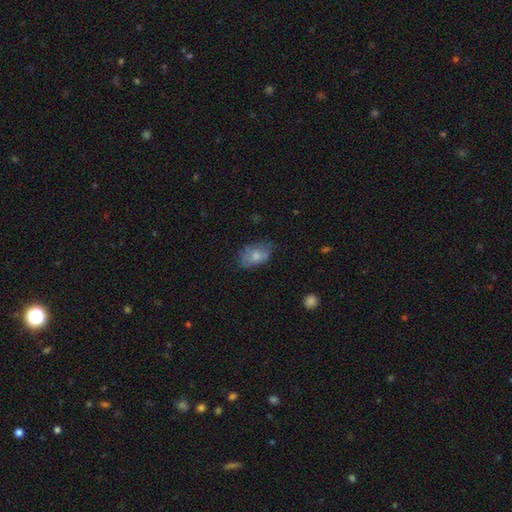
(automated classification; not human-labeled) A smooth galaxy with no disk features (73%) that is in between round and cigar-shaped (89%).

Vote fractions:
- Smooth or featured? smooth: 73% / featured or disk: 19% / star or artifact: 8%
- How rounded? in between: 89% / round: 9% / cigar-shaped: 2%
- Merging? none: 57% / minor disturbance: 30% / major disturbance: 11% / merger: 2%